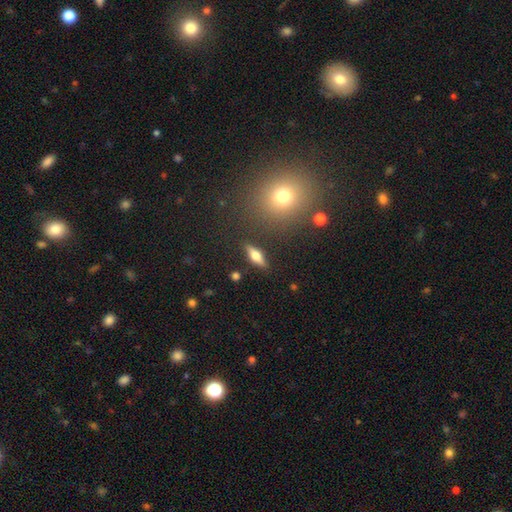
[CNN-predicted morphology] The model was most divided on "smooth or featured" (2-way tie): smooth: 46%, featured or disk: 46%, star or artifact: 8%. More confident: merging — none (86%).